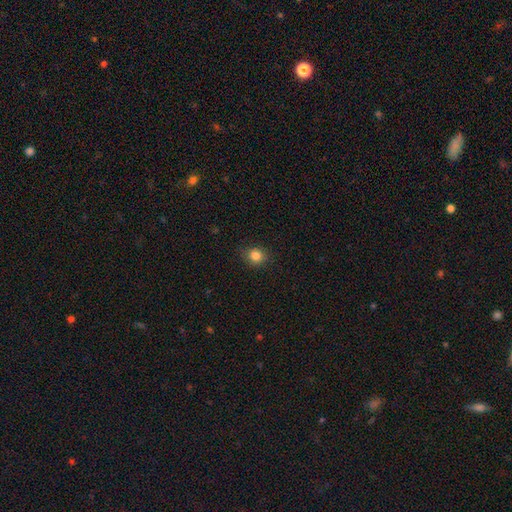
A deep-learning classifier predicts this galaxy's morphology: Overall: smooth (83%). How rounded: round (79%). Merging: none (86%).